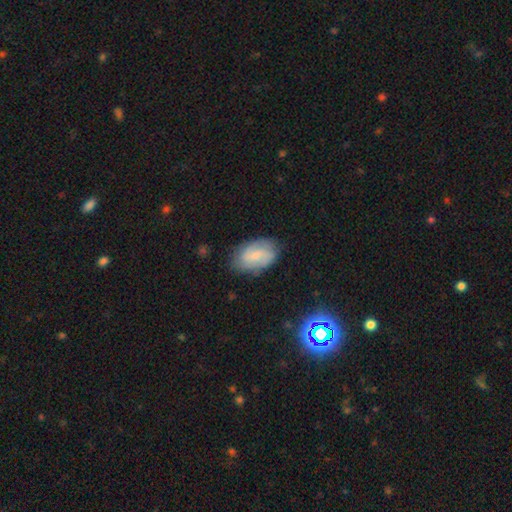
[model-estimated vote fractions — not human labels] This appears to be a featured or disk galaxy (50%). Merging: none (74%).